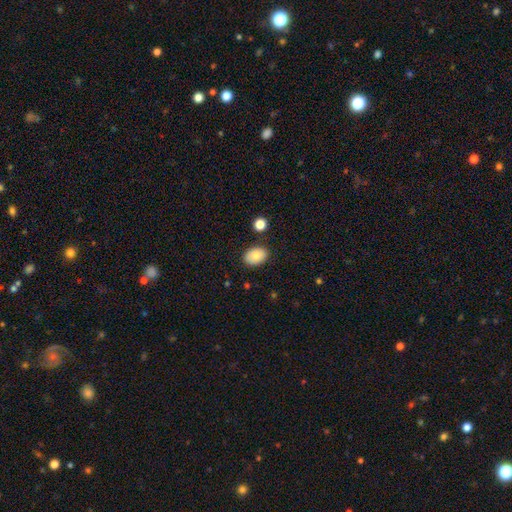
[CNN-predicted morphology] smooth-or-featured: smooth: 82% | featured or disk: 11% | star or artifact: 7%
  how-rounded: in between: 82% | round: 17% | cigar-shaped: 1%
  merging: none: 85% | minor disturbance: 10% | major disturbance: 2% | merger: 2%